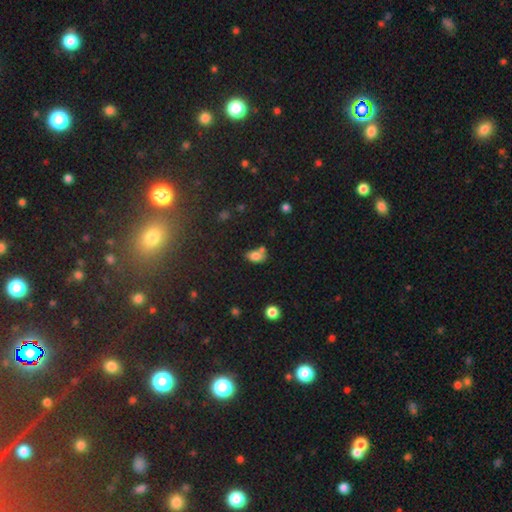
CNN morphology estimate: Smooth or featured? smooth (79%)
How rounded? in between (85%)
Merging? none (45%)